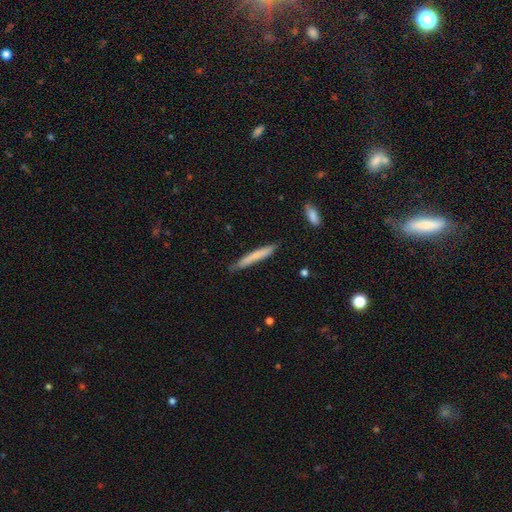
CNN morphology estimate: A smooth galaxy with no disk features (70%) that is cigar-shaped (96%). Merging: none (80%).